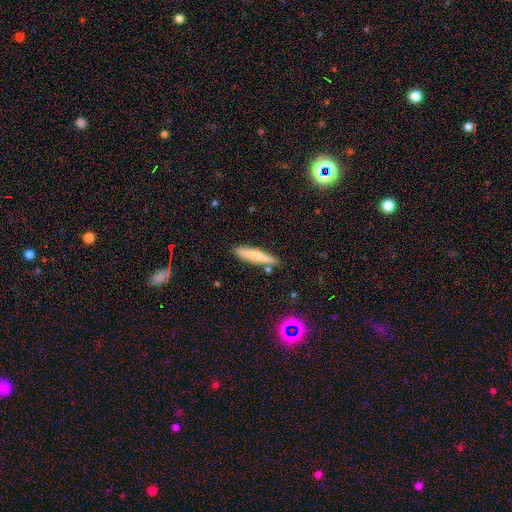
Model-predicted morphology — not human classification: Smooth or featured? Predicted: smooth (p=0.61). How rounded? Predicted: cigar-shaped (p=0.88). Merging? Predicted: none (p=0.83).